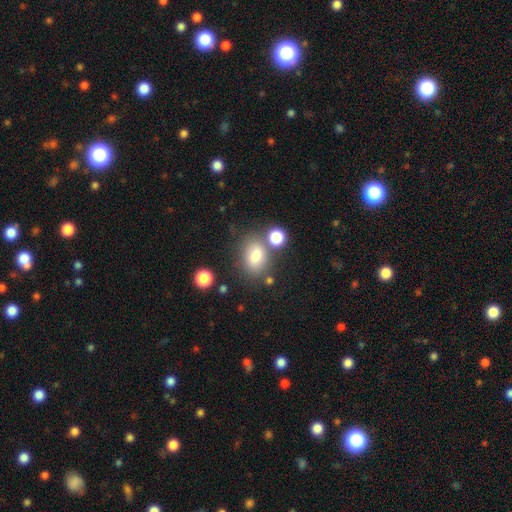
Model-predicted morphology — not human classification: Smooth or featured? Predicted: smooth (p=0.77). How rounded? Predicted: in between (p=0.67). Merging? Predicted: none (p=0.67).